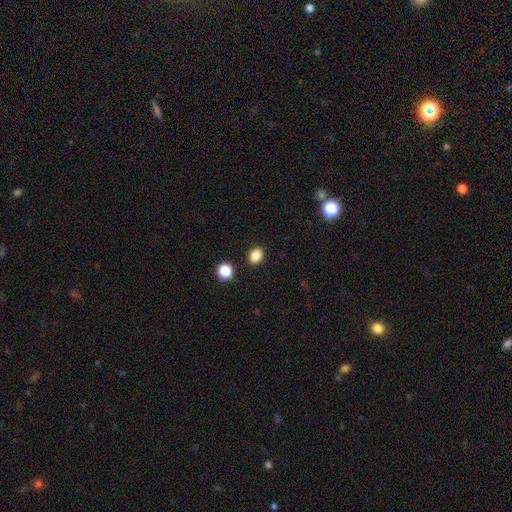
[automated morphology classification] type=smooth (85%); roundness=in between (69%); merging=none (88%).